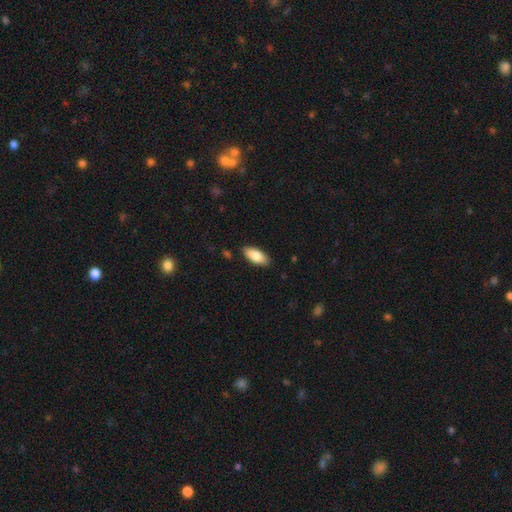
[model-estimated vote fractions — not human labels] The model was most divided on "smooth or featured": smooth: 83%, featured or disk: 11%, star or artifact: 6%. More confident: merging — none (87%); how rounded — in between (87%).